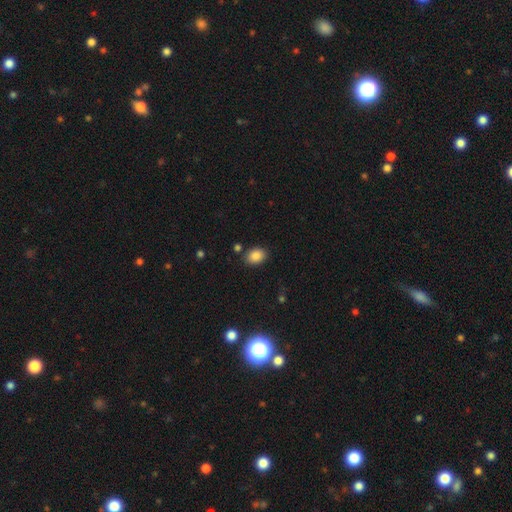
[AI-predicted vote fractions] Overall: smooth (86%). How rounded: in between (75%). Merging: none (83%).